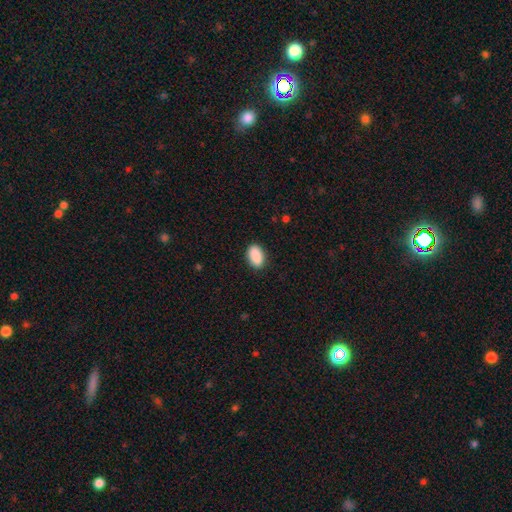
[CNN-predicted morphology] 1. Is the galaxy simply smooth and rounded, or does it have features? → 91% smooth, 7% star or artifact, 3% featured or disk.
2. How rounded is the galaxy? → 92% in between, 6% round, 2% cigar-shaped.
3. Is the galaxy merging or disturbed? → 89% none, 8% minor disturbance, 2% major disturbance, 1% merger.